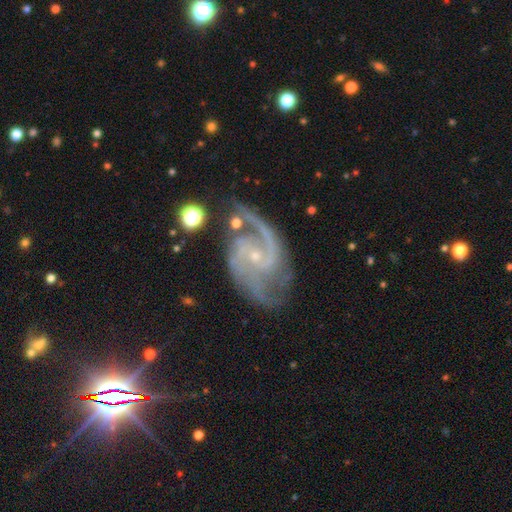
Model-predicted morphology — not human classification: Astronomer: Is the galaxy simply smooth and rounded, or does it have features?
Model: featured or disk — 91%.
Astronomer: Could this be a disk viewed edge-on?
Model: no — 98%.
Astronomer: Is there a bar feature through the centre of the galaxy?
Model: no — 53% (runner-up: weak, 36%).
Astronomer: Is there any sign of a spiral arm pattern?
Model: yes — 98%.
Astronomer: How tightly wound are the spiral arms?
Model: medium — 59%.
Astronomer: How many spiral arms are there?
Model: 2 — 74%.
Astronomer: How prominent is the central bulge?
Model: small — 82%.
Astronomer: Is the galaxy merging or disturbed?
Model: none — 64%.